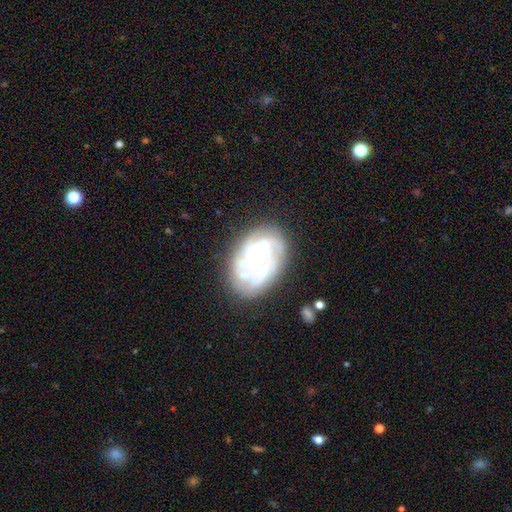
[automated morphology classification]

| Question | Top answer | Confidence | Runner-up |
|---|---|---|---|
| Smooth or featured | featured or disk | 75% | smooth (17%) |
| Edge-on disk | no | 97% | yes (3%) |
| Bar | no | 68% | weak (26%) |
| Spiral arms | yes | 79% | no (21%) |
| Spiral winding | tight | 56% | medium (32%) |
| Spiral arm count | can't tell | 42% | 3 (20%) |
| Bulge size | moderate | 44% | small (42%) |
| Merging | none | 64% | minor disturbance (21%) |